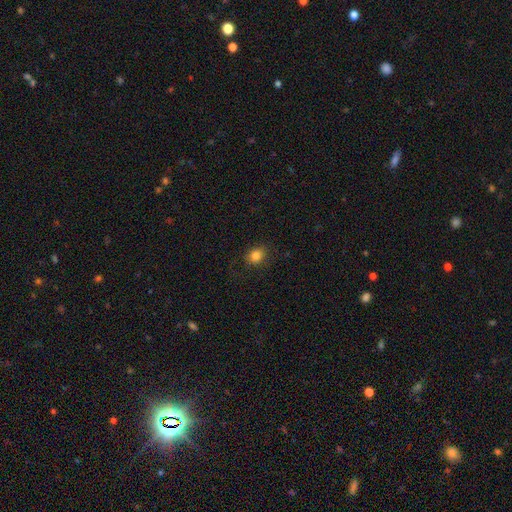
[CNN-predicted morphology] smooth 83%, star or artifact 11%, featured or disk 6%. Down the decision tree: how rounded — round (58%); merging — none (82%).